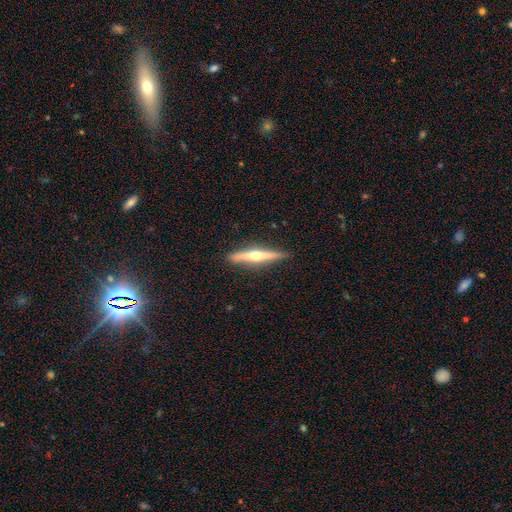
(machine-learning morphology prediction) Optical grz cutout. It shows a featured or disk galaxy (70%) viewed edge-on (98%) with a rounded central bulge (90%). Merging: none (90%).